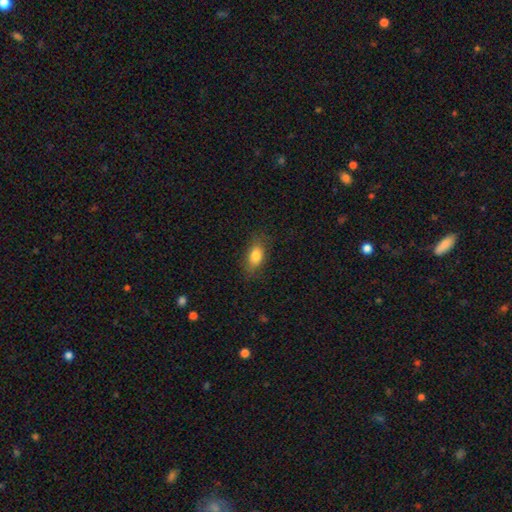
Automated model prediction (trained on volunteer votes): smooth_or_featured: smooth (p=0.81) [alt: featured or disk p=0.10]
how_rounded: in between (p=0.83) [alt: round p=0.09]
merging: none (p=0.78) [alt: minor disturbance p=0.16]